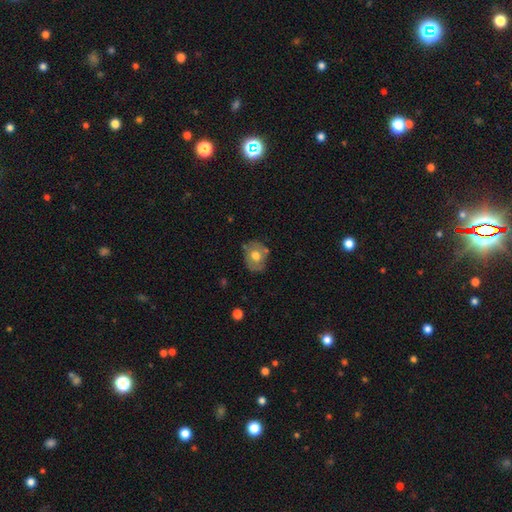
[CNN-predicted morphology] The model was most divided on "how rounded": in between: 50%, round: 49%, cigar-shaped: 1%. More confident: merging — none (70%); smooth or featured — smooth (59%).